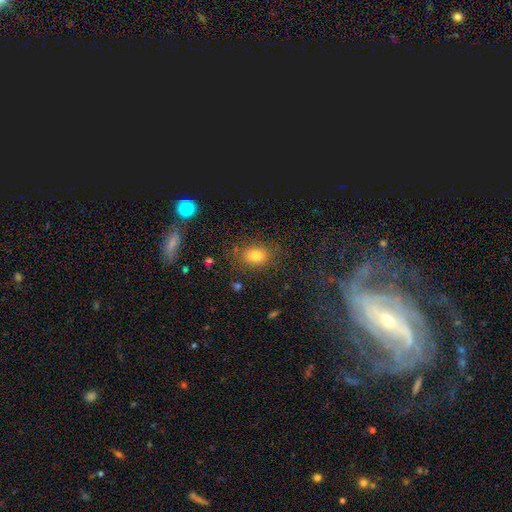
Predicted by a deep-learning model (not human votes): Smooth or featured? smooth (77%)
How rounded? in between (57%)
Merging? none (79%)